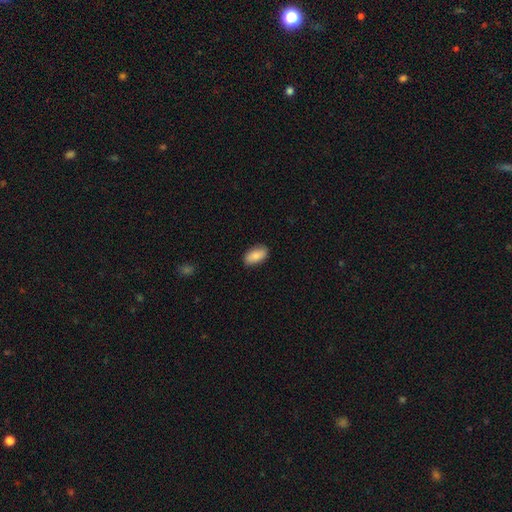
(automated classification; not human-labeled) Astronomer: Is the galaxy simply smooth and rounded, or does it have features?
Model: smooth — 85%.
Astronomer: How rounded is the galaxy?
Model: in between — 93%.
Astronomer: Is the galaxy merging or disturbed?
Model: none — 87%.